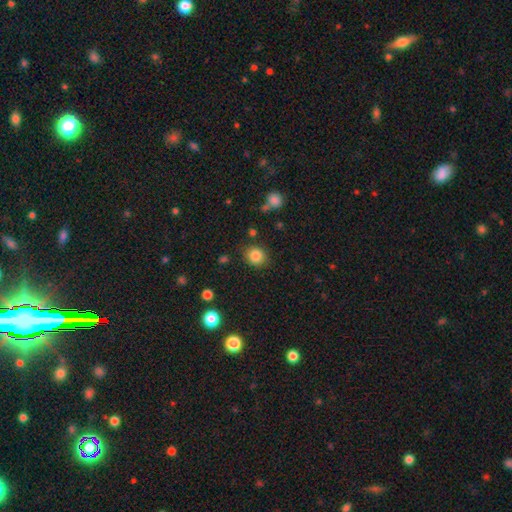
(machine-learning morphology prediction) This is clearly a smooth galaxy (84%). How rounded: likely round (75%). Merging: clearly none (83%).